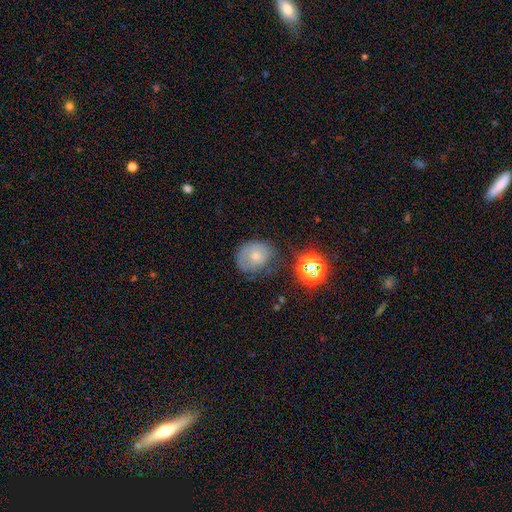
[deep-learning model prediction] smooth 60%, featured or disk 27%, star or artifact 13%. Down the decision tree: how rounded — round (66%); merging — none (55%).